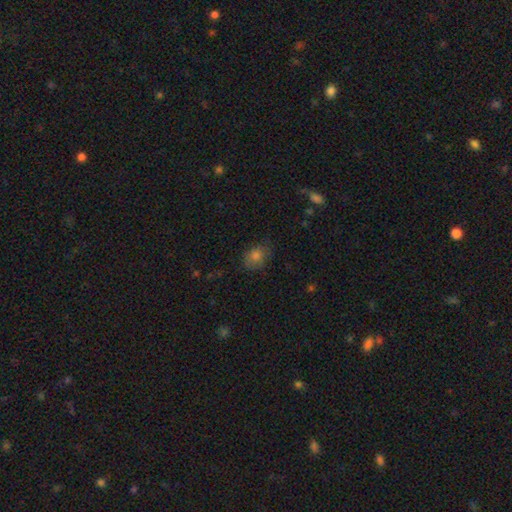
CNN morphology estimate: smooth-or-featured: smooth: 78% | star or artifact: 12% | featured or disk: 10%
  how-rounded: in between: 59% | round: 40% | cigar-shaped: 1%
  merging: none: 73% | minor disturbance: 20% | major disturbance: 5% | merger: 1%